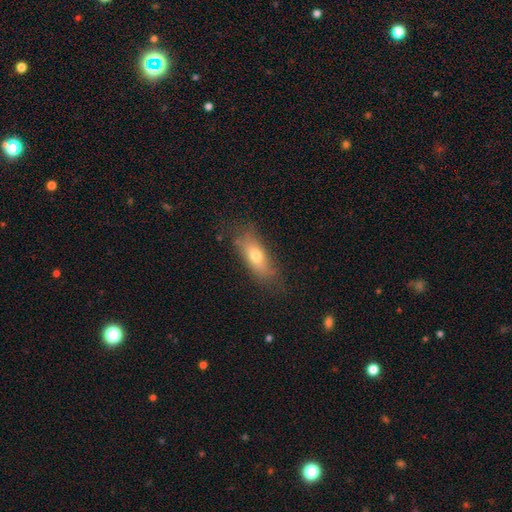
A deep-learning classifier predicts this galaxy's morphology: type=smooth (69%); roundness=in between (72%); merging=none (70%).